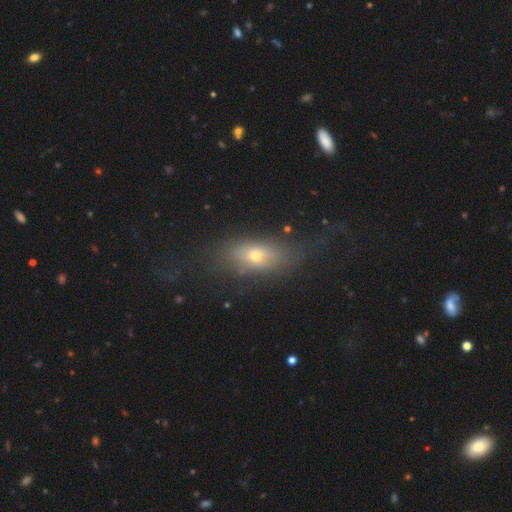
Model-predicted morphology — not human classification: This appears to be a smooth galaxy with no disk features (58%) that is in between round and cigar-shaped (72%). Merging: none (54%).